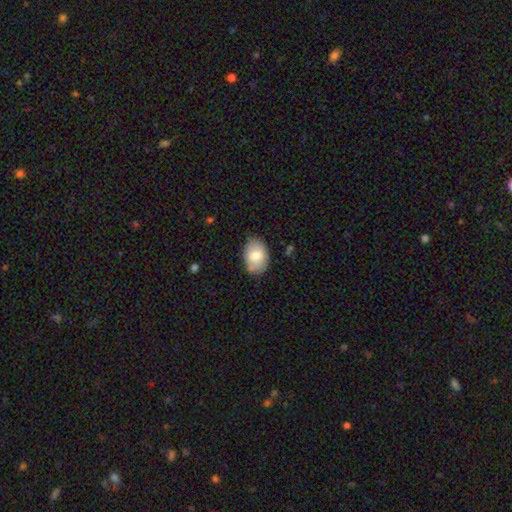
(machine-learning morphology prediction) smooth-or-featured: smooth: 77% | featured or disk: 16% | star or artifact: 7%
  how-rounded: in between: 84% | round: 15% | cigar-shaped: 1%
  merging: none: 76% | minor disturbance: 19% | major disturbance: 3% | merger: 2%